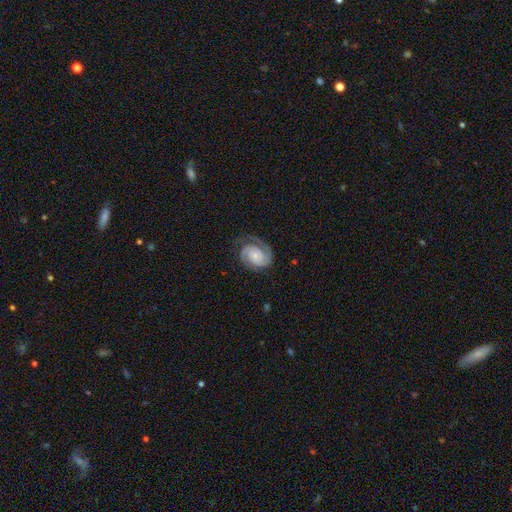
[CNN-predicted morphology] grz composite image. It shows a featured or disk galaxy (84%) with no bar (70%), 2 (74%) tight (59%) spiral arms (97%) and a small central bulge (65%). Merging: none (71%).